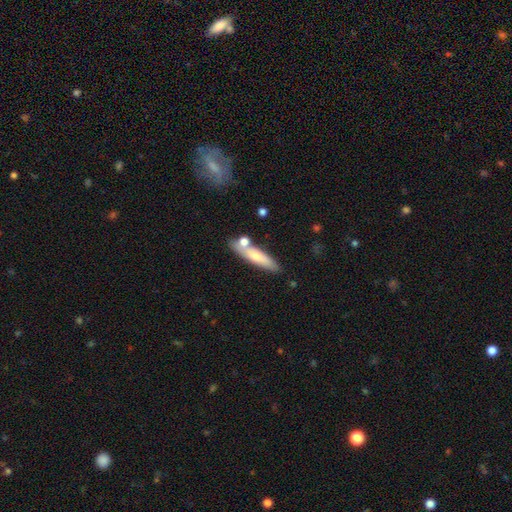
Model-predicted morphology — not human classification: smooth 63%, featured or disk 31%, star or artifact 6%. Down the decision tree: how rounded — cigar-shaped (76%); merging — none (67%).